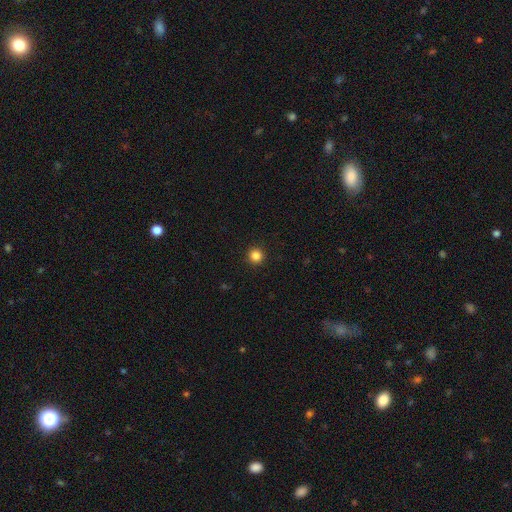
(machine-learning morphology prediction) smooth-or-featured: smooth: 84% | star or artifact: 12% | featured or disk: 4%
  how-rounded: round: 96% | in between: 3% | cigar-shaped: 1%
  merging: none: 94% | minor disturbance: 4% | major disturbance: 2% | merger: 1%